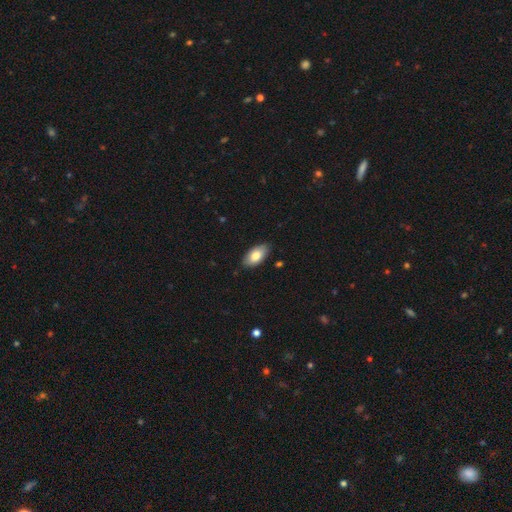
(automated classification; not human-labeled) A smooth galaxy with no disk features (78%) that is in between round and cigar-shaped (94%).

Vote fractions:
- Smooth or featured? smooth: 78% / featured or disk: 16% / star or artifact: 6%
- How rounded? in between: 94% / cigar-shaped: 4% / round: 3%
- Merging? none: 85% / minor disturbance: 12% / major disturbance: 2% / merger: 1%